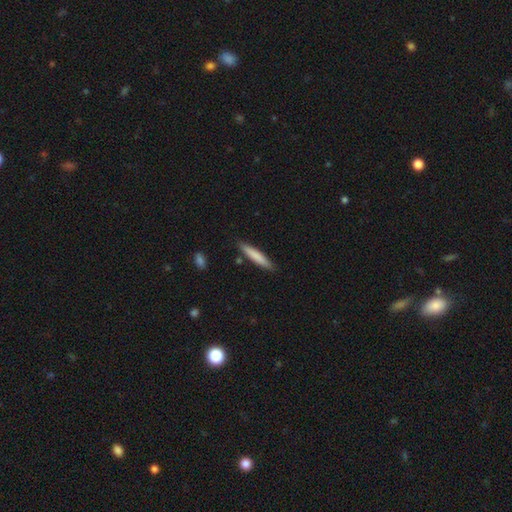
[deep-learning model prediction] Smooth or featured: smooth — 77% (featured or disk — 17%)
How rounded: cigar-shaped — 90% (in between — 8%)
Merging: none — 85% (minor disturbance — 11%)